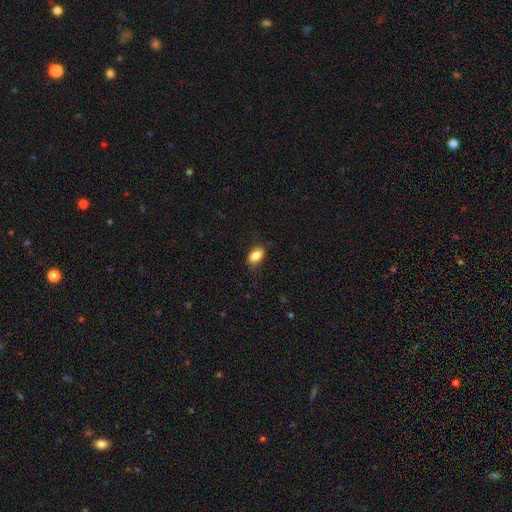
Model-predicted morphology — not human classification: smooth 84%, featured or disk 8%, star or artifact 8%. Down the decision tree: how rounded — in between (90%); merging — none (82%).